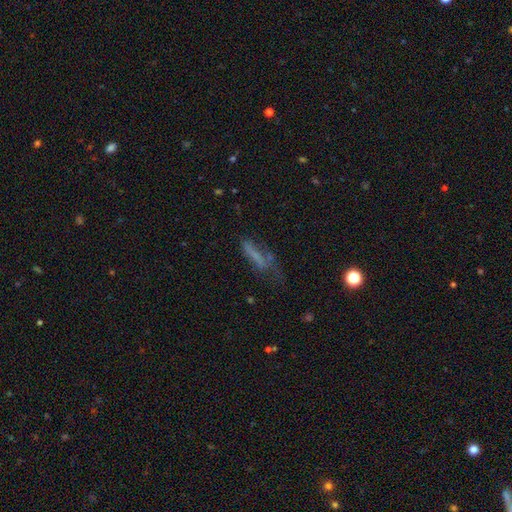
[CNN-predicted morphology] Smooth or featured: smooth — 53% (featured or disk — 30%)
How rounded: cigar-shaped — 68% (in between — 29%)
Merging: none — 35% (major disturbance — 34%)